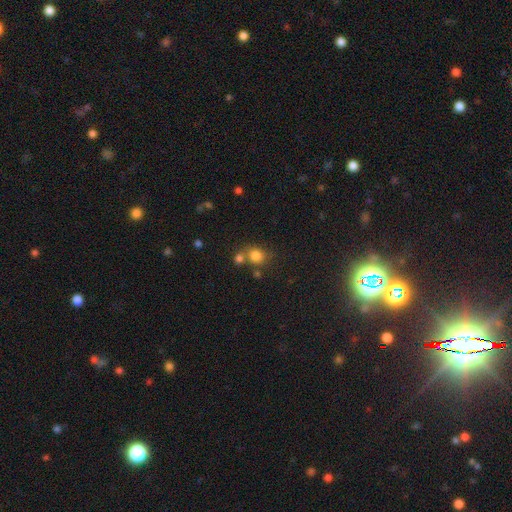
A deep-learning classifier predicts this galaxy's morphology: smooth 80%, star or artifact 13%, featured or disk 7%. Down the decision tree: how rounded — round (76%); merging — none (55%).